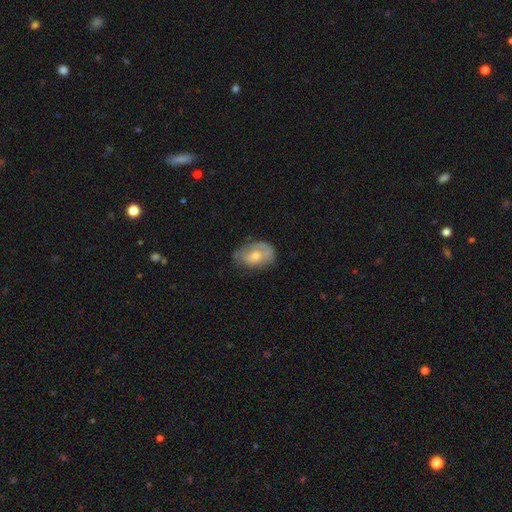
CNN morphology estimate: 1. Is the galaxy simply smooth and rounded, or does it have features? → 49% smooth, 43% featured or disk, 8% star or artifact.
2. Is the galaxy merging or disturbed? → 56% none, 31% minor disturbance, 12% major disturbance, 2% merger.